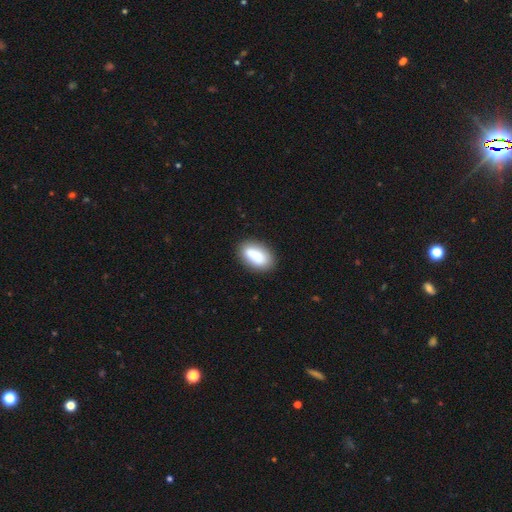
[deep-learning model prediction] Smooth or featured?
  - smooth: 85% *
  - featured or disk: 8%
  - star or artifact: 7%
How rounded?
  - in between: 92% *
  - round: 5%
  - cigar-shaped: 3%
Merging?
  - none: 81% *
  - minor disturbance: 13%
  - major disturbance: 3%
  - merger: 3%